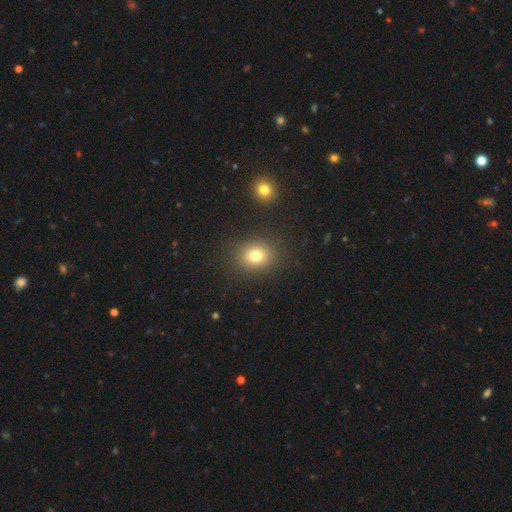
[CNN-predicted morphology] The model was most divided on "how rounded": round: 68%, in between: 31%, cigar-shaped: 1%. More confident: merging — none (86%); smooth or featured — smooth (77%).